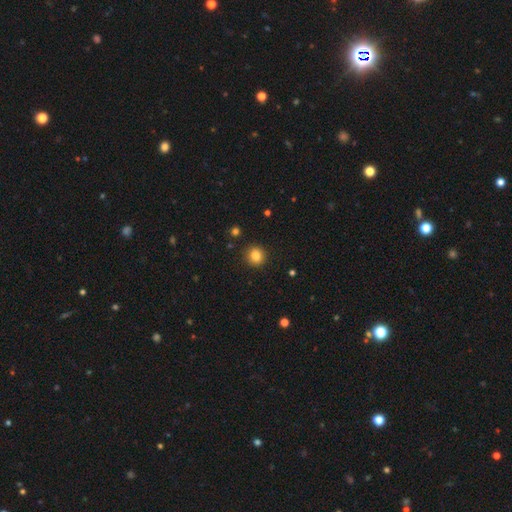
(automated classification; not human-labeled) Smooth or featured: smooth — 84% (star or artifact — 11%)
How rounded: round — 89% (in between — 10%)
Merging: none — 92% (minor disturbance — 5%)